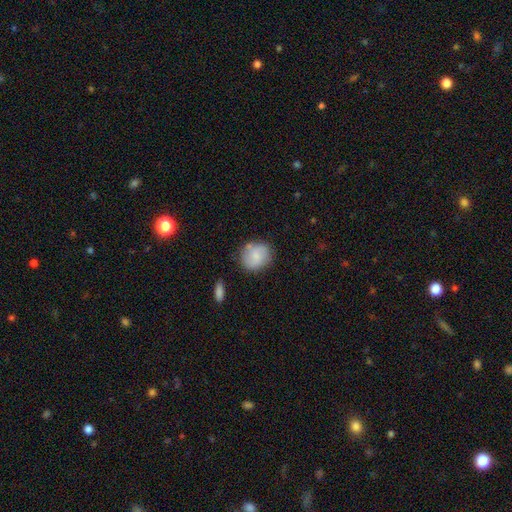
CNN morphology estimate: smooth 70%, featured or disk 23%, star or artifact 7%. Down the decision tree: how rounded — round (78%); merging — none (73%).